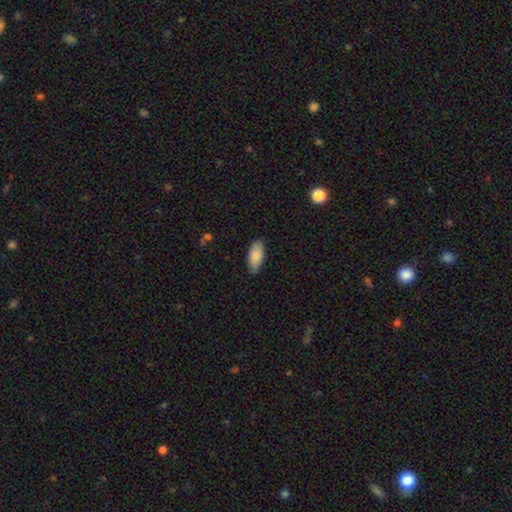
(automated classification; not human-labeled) A smooth galaxy with no disk features (87%) that is in between round and cigar-shaped (91%). Merging: none (78%).